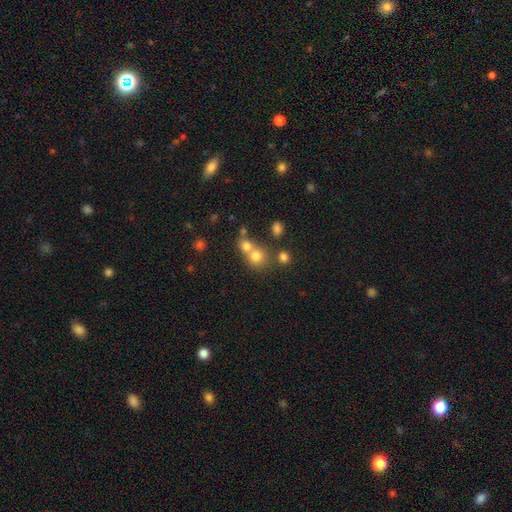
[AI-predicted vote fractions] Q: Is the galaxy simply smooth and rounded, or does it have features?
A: smooth — 73%.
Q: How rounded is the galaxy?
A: round — 82%.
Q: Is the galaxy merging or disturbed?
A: merger — 50%.